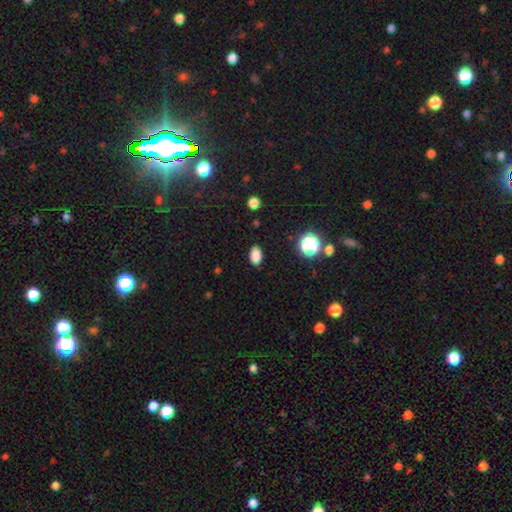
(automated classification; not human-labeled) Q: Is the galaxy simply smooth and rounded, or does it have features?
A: smooth — 85%.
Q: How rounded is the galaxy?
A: in between — 89%.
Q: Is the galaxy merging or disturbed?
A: none — 87%.